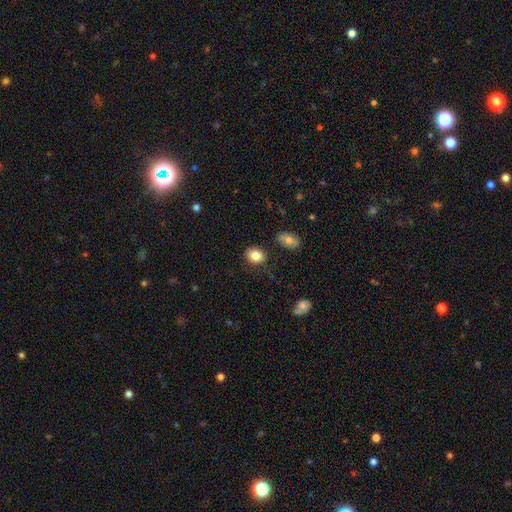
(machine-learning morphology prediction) A smooth galaxy with no disk features (84%) that is in between round and cigar-shaped (54%).

Vote fractions:
- Smooth or featured? smooth: 84% / star or artifact: 9% / featured or disk: 7%
- How rounded? in between: 54% / round: 45% / cigar-shaped: 1%
- Merging? none: 81% / minor disturbance: 12% / major disturbance: 3% / merger: 3%